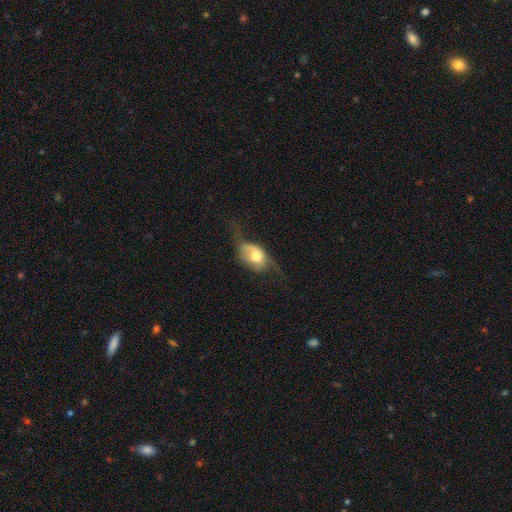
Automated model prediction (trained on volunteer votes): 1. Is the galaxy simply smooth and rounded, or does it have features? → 54% smooth, 38% featured or disk, 7% star or artifact.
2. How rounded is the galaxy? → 73% in between, 24% round, 2% cigar-shaped.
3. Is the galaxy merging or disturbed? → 40% major disturbance, 31% minor disturbance, 25% none, 4% merger.